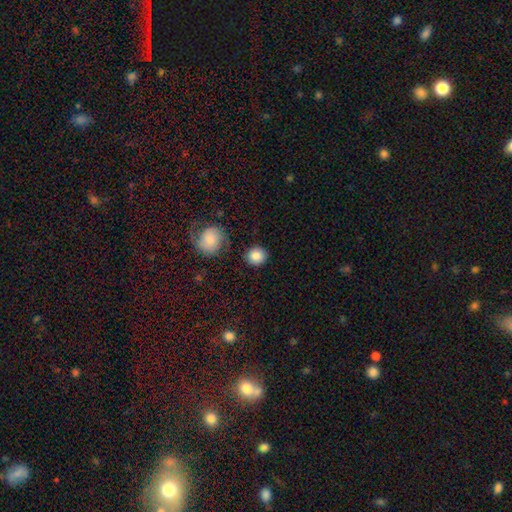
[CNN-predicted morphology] Smooth or featured: smooth — 86% (star or artifact — 8%)
How rounded: round — 89% (in between — 10%)
Merging: none — 84% (minor disturbance — 9%)